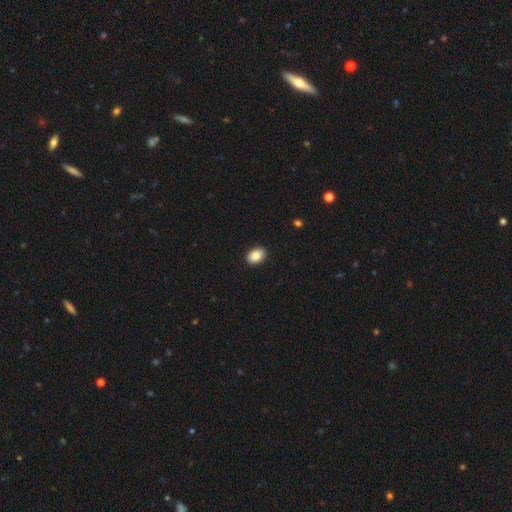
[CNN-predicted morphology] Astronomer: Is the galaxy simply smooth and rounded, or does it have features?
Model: smooth — 86%.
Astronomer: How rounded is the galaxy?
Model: in between — 79%.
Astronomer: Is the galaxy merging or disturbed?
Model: none — 91%.